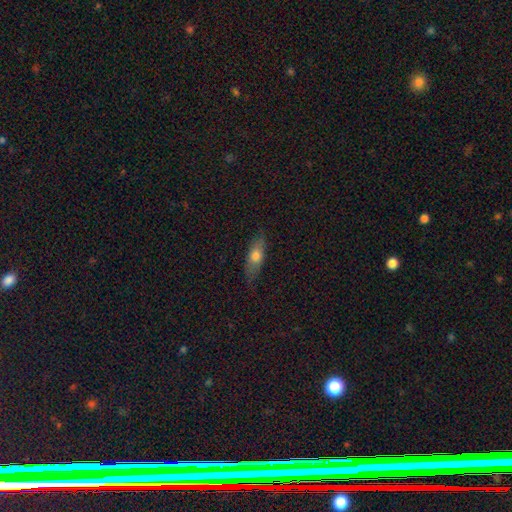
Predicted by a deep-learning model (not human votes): This is likely a smooth galaxy (66%). How rounded: likely in between (62%). Merging: likely none (74%).